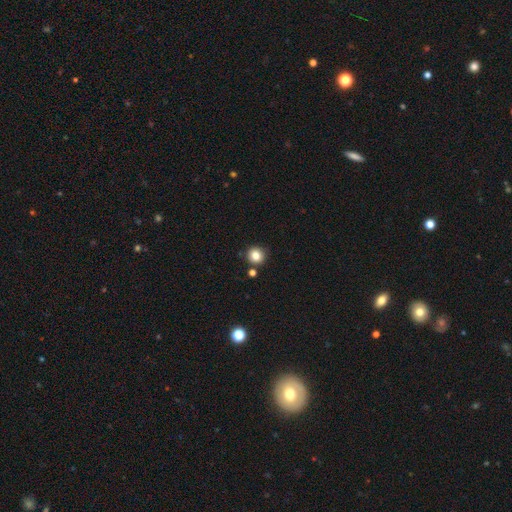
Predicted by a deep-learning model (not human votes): Smooth or featured? smooth (83%)
How rounded? round (91%)
Merging? none (85%)